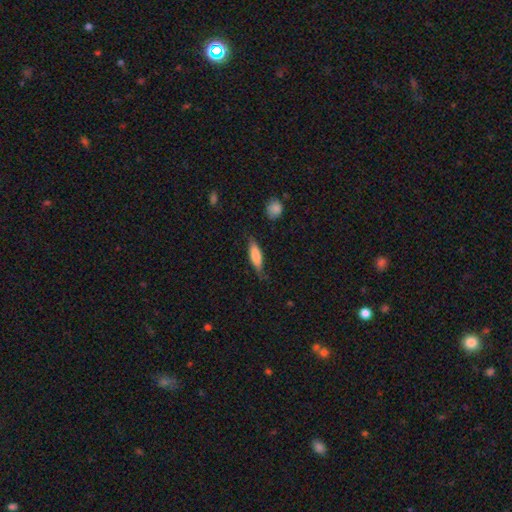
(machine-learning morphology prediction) Smooth or featured?
  - smooth: 73% *
  - featured or disk: 21%
  - star or artifact: 6%
How rounded?
  - cigar-shaped: 52% *
  - in between: 46%
  - round: 2%
Merging?
  - none: 71% *
  - minor disturbance: 22%
  - major disturbance: 6%
  - merger: 2%